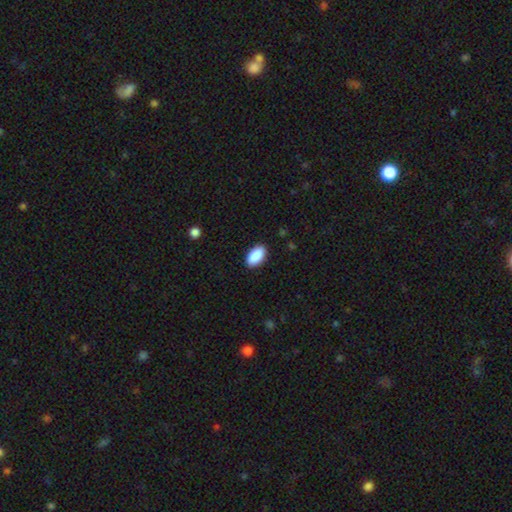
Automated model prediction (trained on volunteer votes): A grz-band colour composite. It shows a smooth galaxy with no disk features (91%) that is in between round and cigar-shaped (95%). Merging: none (89%).